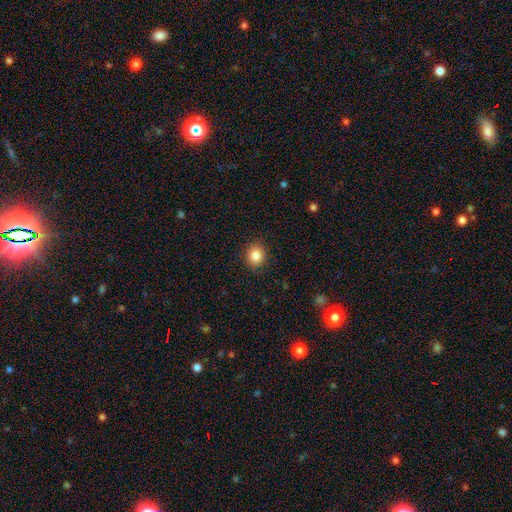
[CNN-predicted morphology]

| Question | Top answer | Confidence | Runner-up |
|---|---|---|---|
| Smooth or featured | smooth | 85% | star or artifact (10%) |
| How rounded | round | 69% | in between (30%) |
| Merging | none | 90% | minor disturbance (7%) |